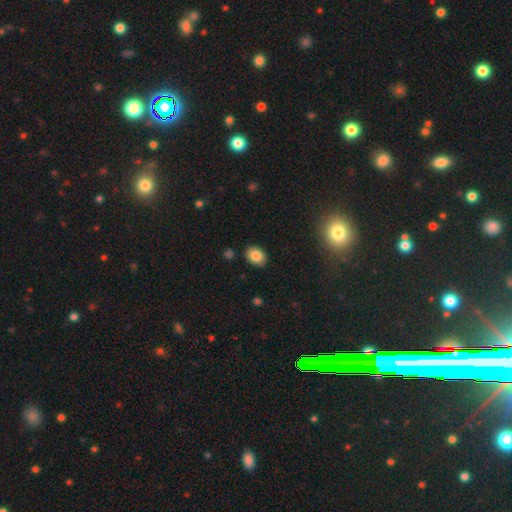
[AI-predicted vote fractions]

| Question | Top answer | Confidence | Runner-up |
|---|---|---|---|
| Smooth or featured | smooth | 84% | star or artifact (9%) |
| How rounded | in between | 69% | round (30%) |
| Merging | none | 87% | minor disturbance (9%) |